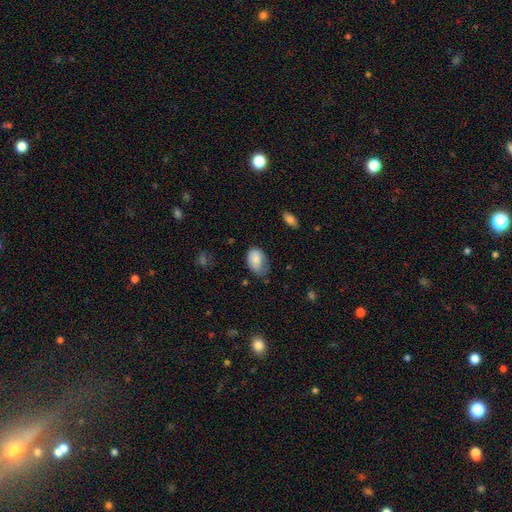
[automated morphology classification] Smooth or featured?
  - smooth: 78% *
  - featured or disk: 14%
  - star or artifact: 8%
How rounded?
  - in between: 88% *
  - round: 11%
  - cigar-shaped: 1%
Merging?
  - none: 47% *
  - minor disturbance: 38%
  - major disturbance: 14%
  - merger: 2%